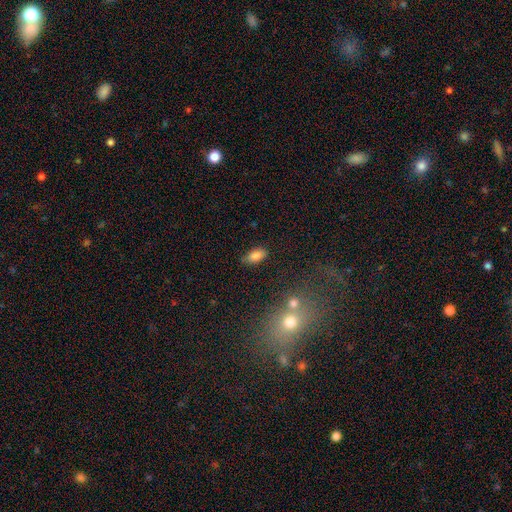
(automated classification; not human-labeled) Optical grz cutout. It shows a smooth galaxy with no disk features (84%) that is in between round and cigar-shaped (91%). Merging: none (78%).